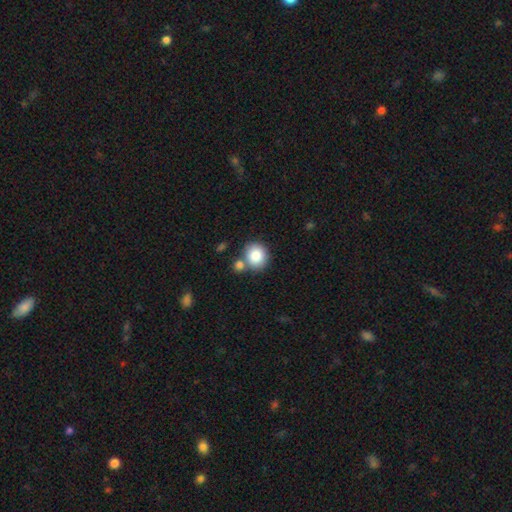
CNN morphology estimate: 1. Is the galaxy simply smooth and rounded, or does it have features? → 84% smooth, 8% star or artifact, 7% featured or disk.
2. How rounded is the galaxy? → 82% round, 17% in between, 1% cigar-shaped.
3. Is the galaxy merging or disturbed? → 63% none, 24% merger, 10% minor disturbance, 3% major disturbance.